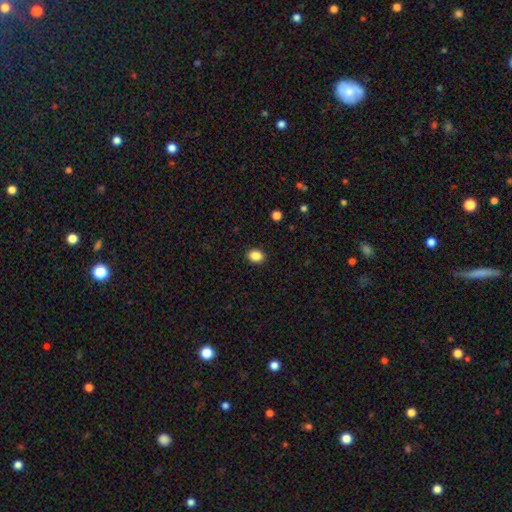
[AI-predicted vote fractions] A smooth galaxy with no disk features (87%) that is in between round and cigar-shaped (61%).

Vote fractions:
- Smooth or featured? smooth: 87% / star or artifact: 9% / featured or disk: 3%
- How rounded? in between: 61% / round: 38% / cigar-shaped: 1%
- Merging? none: 90% / minor disturbance: 7% / major disturbance: 2% / merger: 1%